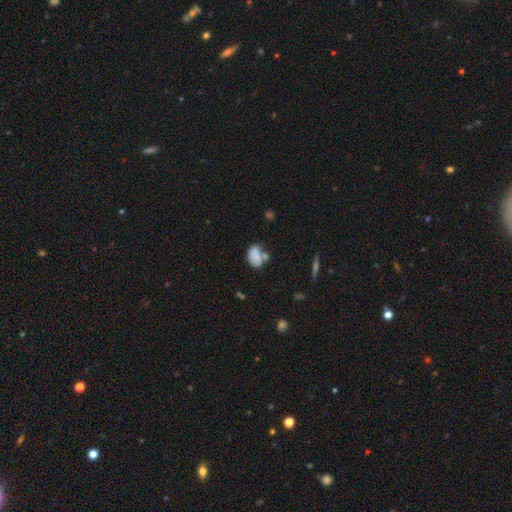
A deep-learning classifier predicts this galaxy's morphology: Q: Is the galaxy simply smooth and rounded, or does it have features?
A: smooth — 76%.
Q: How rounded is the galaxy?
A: in between — 83%.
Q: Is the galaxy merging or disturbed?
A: none — 43%.